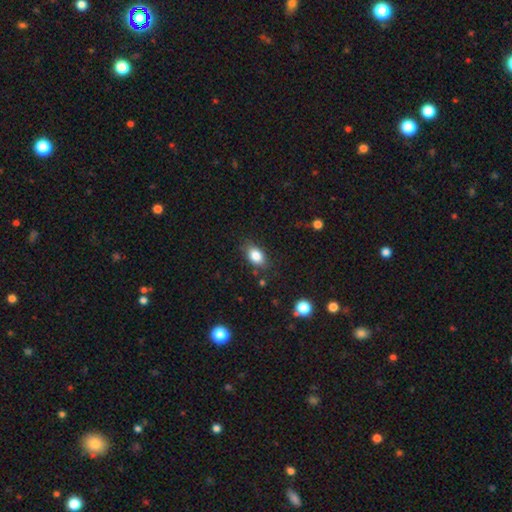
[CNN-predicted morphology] This appears to be a smooth galaxy with no disk features (84%) that is in between round and cigar-shaped (84%). Merging: none (80%).